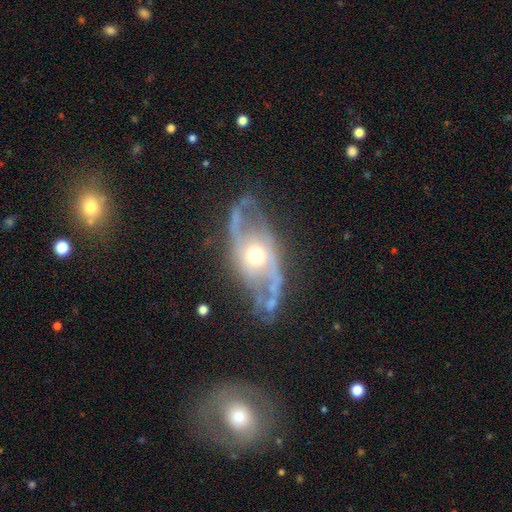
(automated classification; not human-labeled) Morphology: type=featured or disk (81%); edge-on=no (88%); bar=no (71%); spiral arms=yes (75%); winding=loose (38%); arm count=2 (72%); bulge=moderate (69%); merging=none (59%).